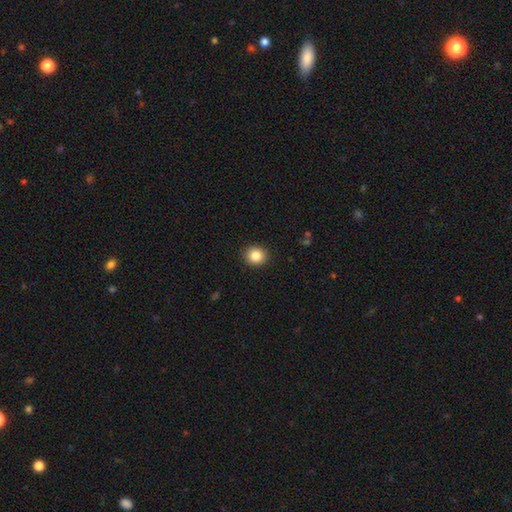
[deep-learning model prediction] A smooth galaxy with no disk features (85%) that is round (87%).

Vote fractions:
- Smooth or featured? smooth: 85% / star or artifact: 10% / featured or disk: 5%
- How rounded? round: 87% / in between: 12% / cigar-shaped: 1%
- Merging? none: 92% / minor disturbance: 6% / major disturbance: 2% / merger: 1%